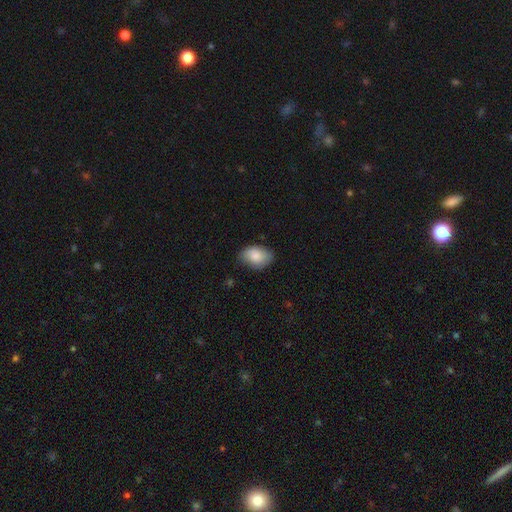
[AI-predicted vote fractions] This appears to be a smooth galaxy with no disk features (83%) that is in between round and cigar-shaped (84%). Merging: none (72%).